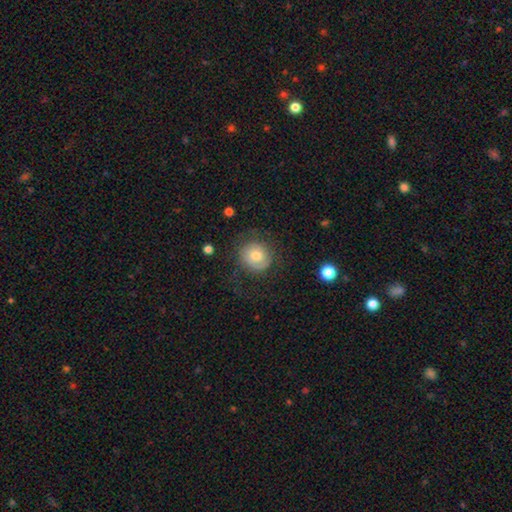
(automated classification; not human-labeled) Smooth or featured? Predicted: smooth (p=0.55). How rounded? Predicted: round (p=0.84). Merging? Predicted: none (p=0.65).